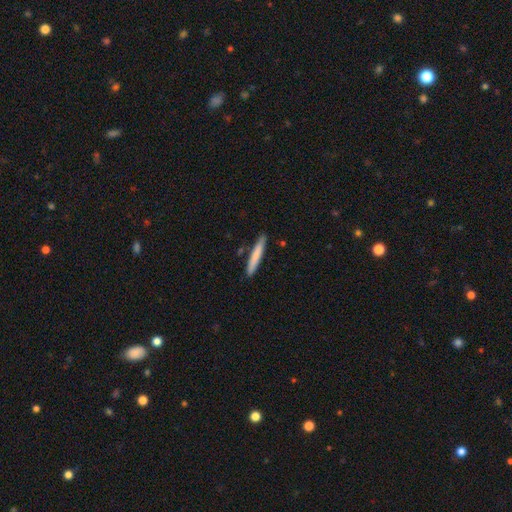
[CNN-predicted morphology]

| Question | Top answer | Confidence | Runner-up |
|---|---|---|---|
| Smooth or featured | smooth | 76% | featured or disk (19%) |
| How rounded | cigar-shaped | 95% | in between (4%) |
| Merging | none | 86% | minor disturbance (10%) |